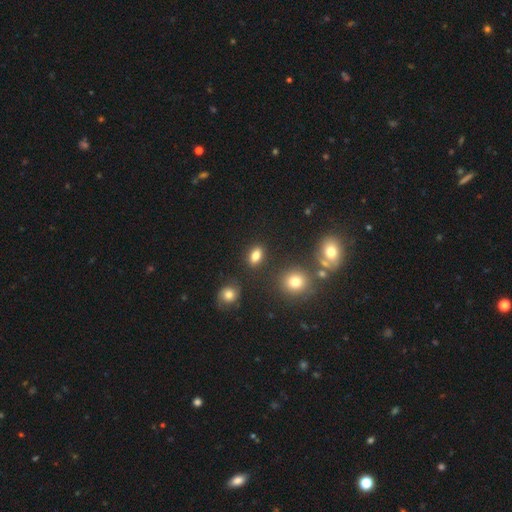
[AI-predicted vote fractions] smooth 81%, star or artifact 11%, featured or disk 8%. Down the decision tree: how rounded — in between (81%); merging — none (84%).